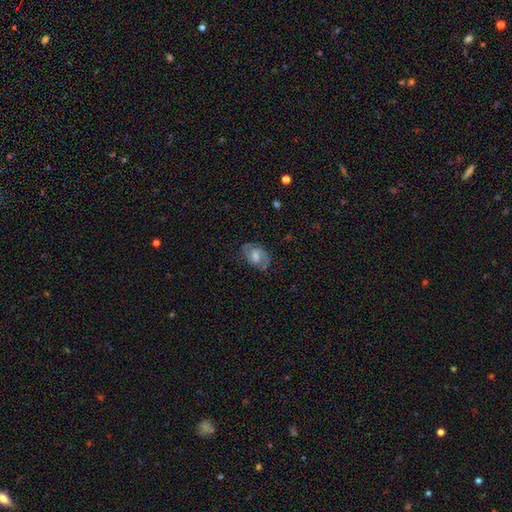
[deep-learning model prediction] featured or disk 69%, smooth 22%, star or artifact 9%. Down the decision tree: edge-on disk — no (96%); bar — weak (51%); spiral arms — yes (88%); spiral arm count — 2 (82%); spiral winding — medium (48%); bulge size — moderate (48%); merging — none (78%).